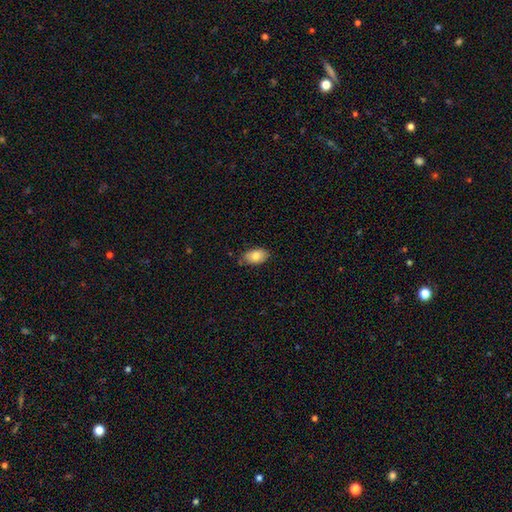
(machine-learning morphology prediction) This appears to be a smooth galaxy with no disk features (82%) that is in between round and cigar-shaped (92%). Merging: none (79%).